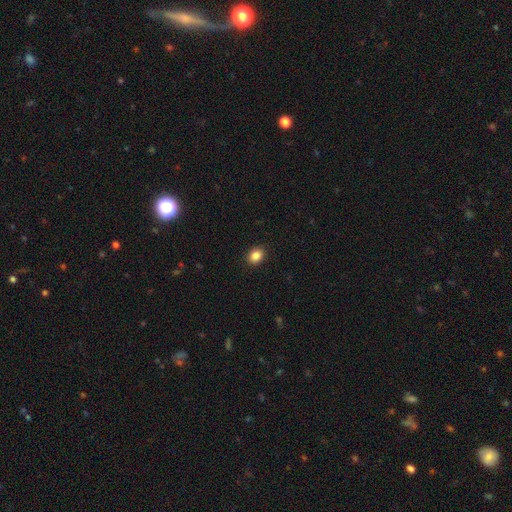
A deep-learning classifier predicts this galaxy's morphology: Smooth or featured? smooth (86%)
How rounded? in between (52%)
Merging? none (91%)